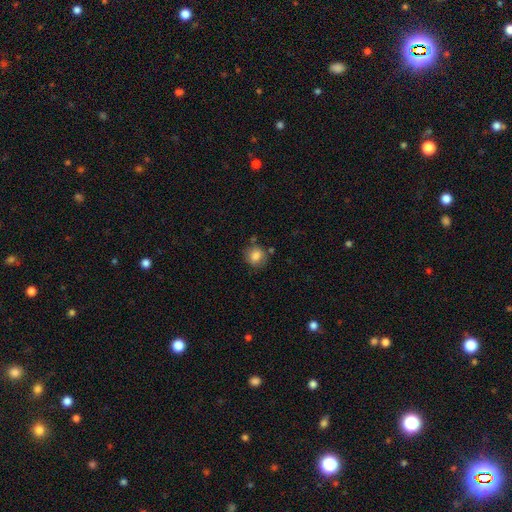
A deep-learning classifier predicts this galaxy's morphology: The model was most divided on "how rounded": round: 79%, in between: 20%, cigar-shaped: 1%. More confident: smooth or featured — smooth (82%); merging — none (76%).